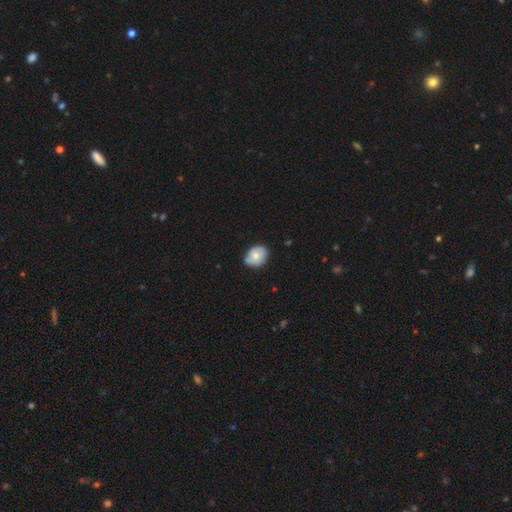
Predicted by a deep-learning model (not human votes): Overall: smooth (69%). How rounded: in between (50%; round 49%). Merging: none (64%; minor disturbance 26%).